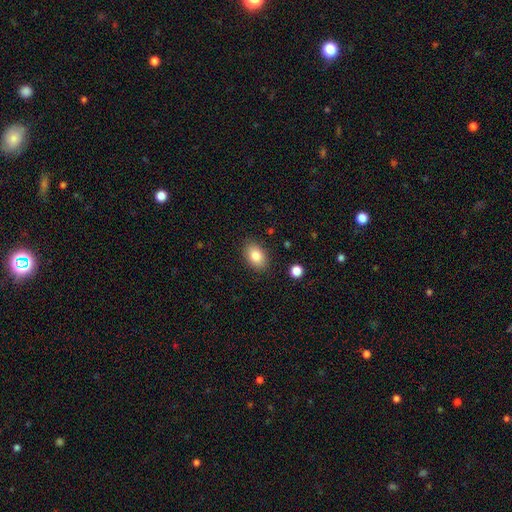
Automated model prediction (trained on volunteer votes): This appears to be a smooth galaxy with no disk features (83%) that is in between round and cigar-shaped (85%). Merging: none (87%).